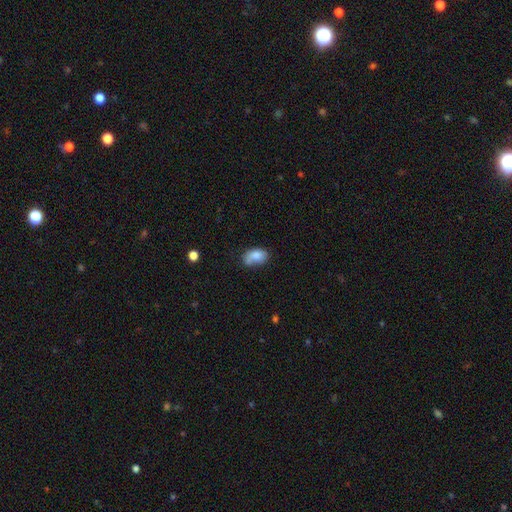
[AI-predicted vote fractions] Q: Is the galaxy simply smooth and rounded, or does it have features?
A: smooth — 80%.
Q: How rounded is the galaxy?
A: in between — 87%.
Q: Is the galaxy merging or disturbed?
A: none — 48%.